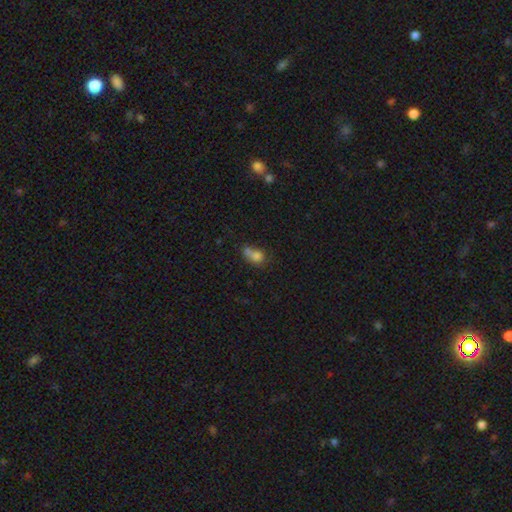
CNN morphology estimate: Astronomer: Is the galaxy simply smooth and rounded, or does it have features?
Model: smooth — 75%.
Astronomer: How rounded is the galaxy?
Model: round — 53% (runner-up: in between, 45%).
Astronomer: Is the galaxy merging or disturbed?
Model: merger — 52%.